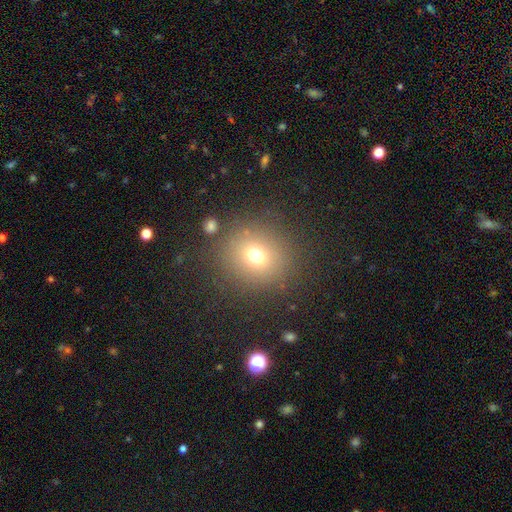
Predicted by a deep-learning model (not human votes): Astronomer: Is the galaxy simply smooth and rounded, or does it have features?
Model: smooth — 70%.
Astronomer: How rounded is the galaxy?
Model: round — 86%.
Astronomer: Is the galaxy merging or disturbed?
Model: none — 83%.